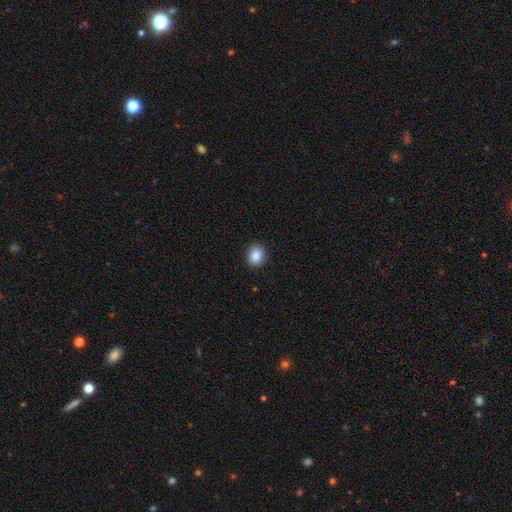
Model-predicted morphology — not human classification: smooth-or-featured: smooth: 87% | star or artifact: 9% | featured or disk: 4%
  how-rounded: round: 64% | in between: 35% | cigar-shaped: 1%
  merging: none: 89% | minor disturbance: 8% | major disturbance: 2% | merger: 1%